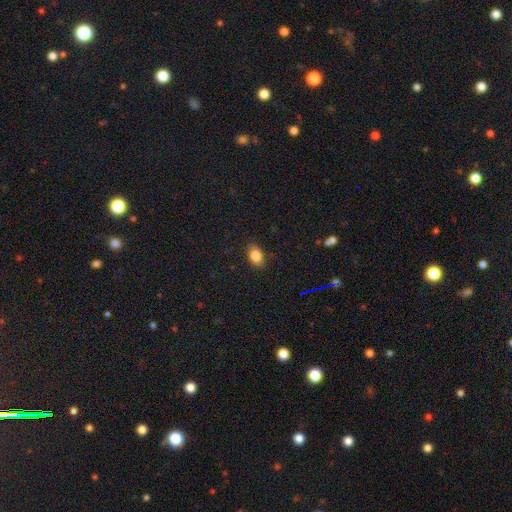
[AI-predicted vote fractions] This appears to be a smooth galaxy with no disk features (84%) that is in between round and cigar-shaped (84%). Merging: none (86%).